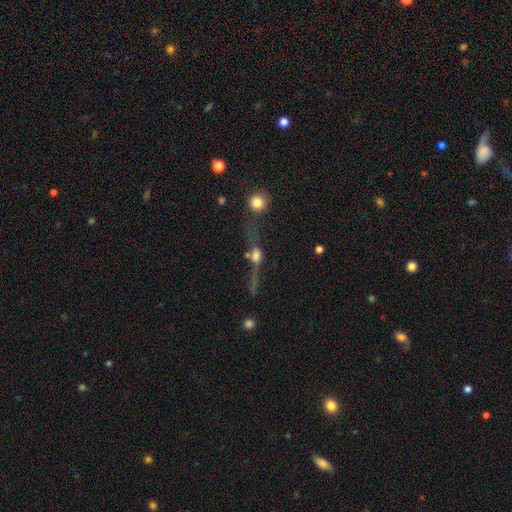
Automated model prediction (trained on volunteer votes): Q: Smooth or featured?
A: featured or disk (45%); runner-up: smooth (38%)
Q: Merging?
A: none (45%); runner-up: merger (20%)